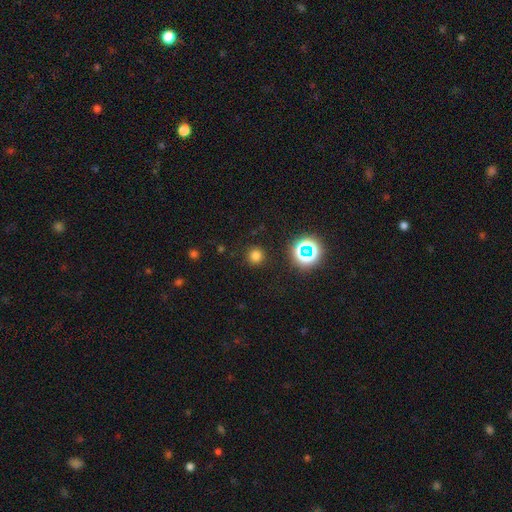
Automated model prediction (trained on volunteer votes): Smooth or featured: smooth — 73% (star or artifact — 22%)
How rounded: round — 95% (in between — 4%)
Merging: none — 90% (minor disturbance — 6%)